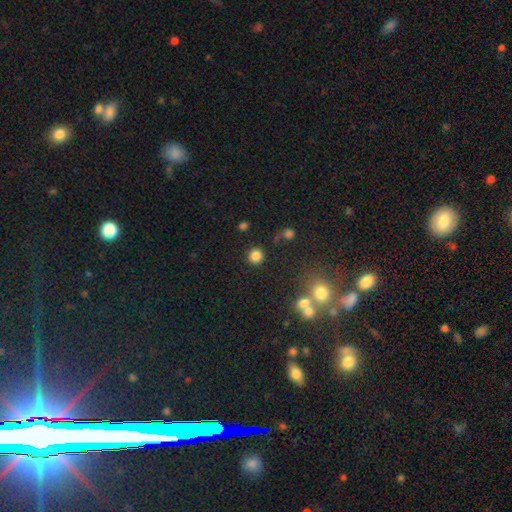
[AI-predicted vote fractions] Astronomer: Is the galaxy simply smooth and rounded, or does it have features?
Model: smooth — 82%.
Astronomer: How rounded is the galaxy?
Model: round — 92%.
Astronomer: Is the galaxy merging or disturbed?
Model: none — 86%.